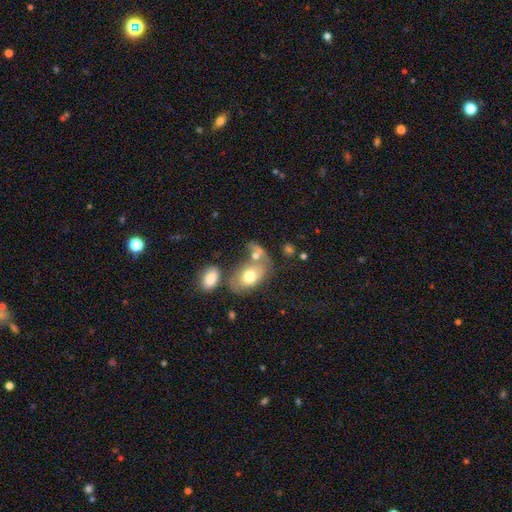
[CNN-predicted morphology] Smooth or featured?
  - smooth: 67% *
  - featured or disk: 23%
  - star or artifact: 10%
How rounded?
  - in between: 81% *
  - round: 17%
  - cigar-shaped: 2%
Merging?
  - merger: 39% *
  - none: 38%
  - minor disturbance: 14%
  - major disturbance: 9%